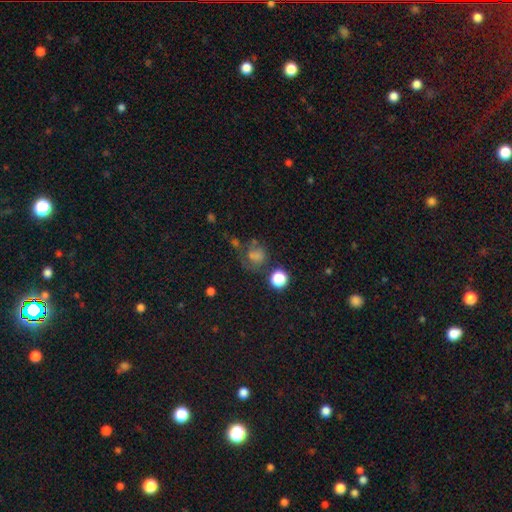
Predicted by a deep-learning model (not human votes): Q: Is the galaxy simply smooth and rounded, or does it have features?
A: smooth — 62%.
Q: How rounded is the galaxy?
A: round — 71%.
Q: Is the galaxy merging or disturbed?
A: none — 42%.